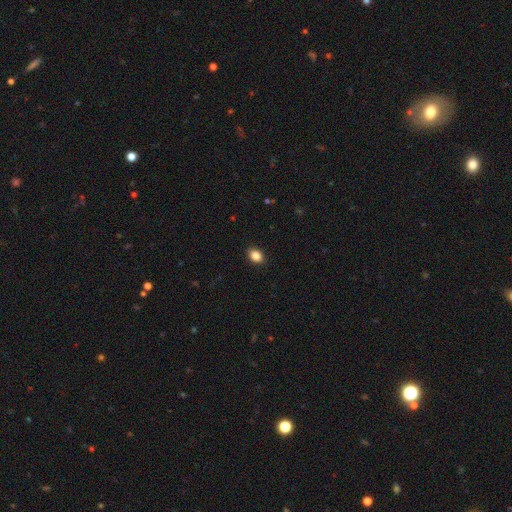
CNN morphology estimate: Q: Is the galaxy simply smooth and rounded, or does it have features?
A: smooth — 87%.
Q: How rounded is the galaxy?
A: in between — 68%.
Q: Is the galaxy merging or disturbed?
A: none — 90%.